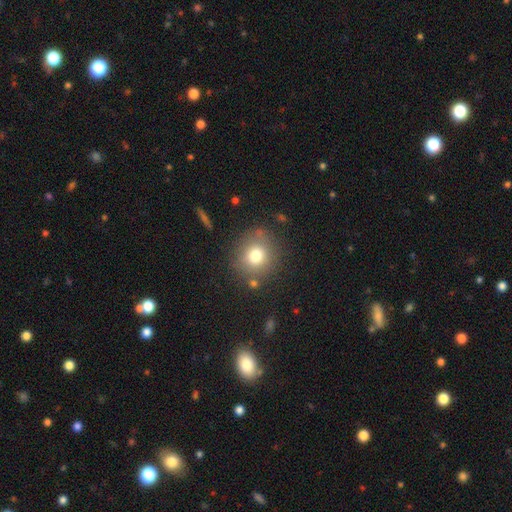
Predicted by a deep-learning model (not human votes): Morphology: type=smooth (76%); roundness=round (86%); merging=none (79%).